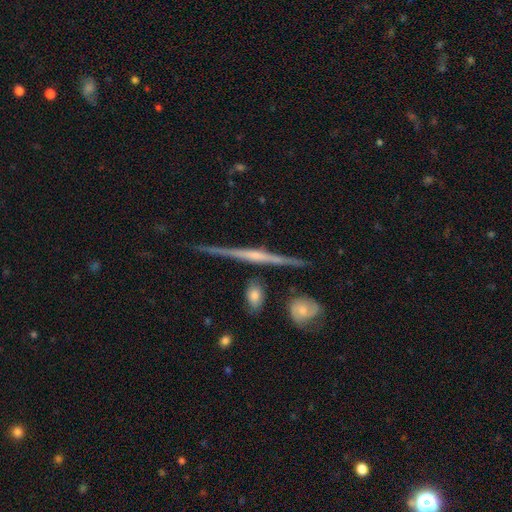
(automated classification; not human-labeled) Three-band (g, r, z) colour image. It shows a featured or disk galaxy (83%) viewed edge-on (97%) with a rounded central bulge (49%). Merging: none (84%).